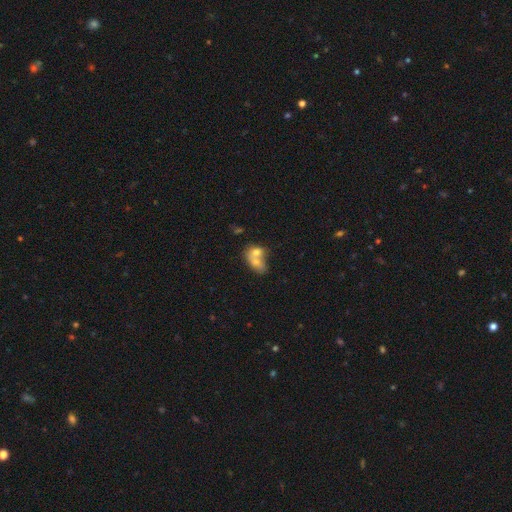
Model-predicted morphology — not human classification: Smooth or featured? Predicted: smooth (p=0.65). How rounded? Predicted: in between (p=0.66). Merging? Predicted: merger (p=0.76).